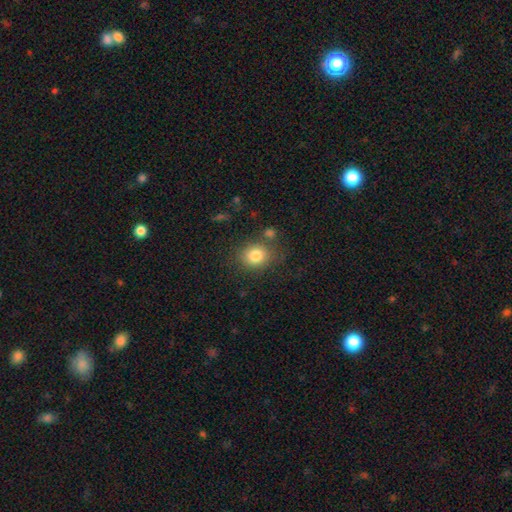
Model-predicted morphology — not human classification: The model was most divided on "how rounded": round: 68%, in between: 31%, cigar-shaped: 1%. More confident: smooth or featured — smooth (82%); merging — none (74%).